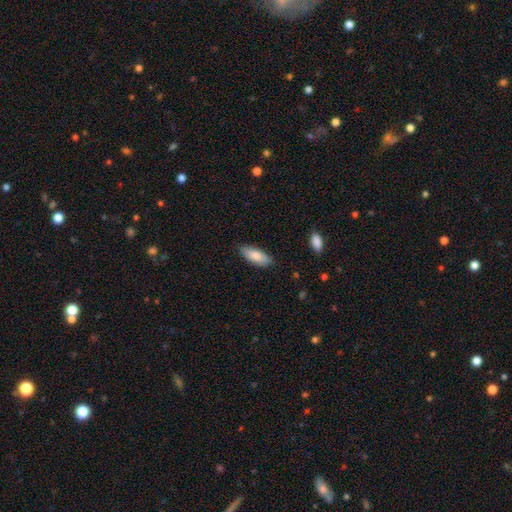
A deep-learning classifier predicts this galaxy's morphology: Overall: smooth (84%). How rounded: in between (77%). Merging: none (83%).